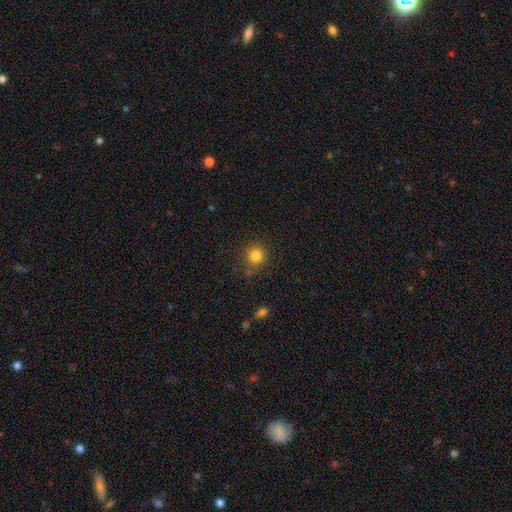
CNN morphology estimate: Smooth or featured? smooth (83%)
How rounded? round (91%)
Merging? none (81%)